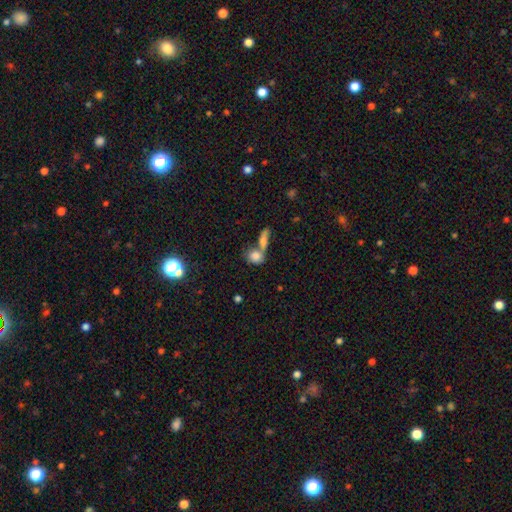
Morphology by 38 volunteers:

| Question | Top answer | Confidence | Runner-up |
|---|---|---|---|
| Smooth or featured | smooth | 89% | featured or disk (8%) |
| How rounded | round | 65% | in between (35%) |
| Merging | none | 38% | tied: merger (38%) |